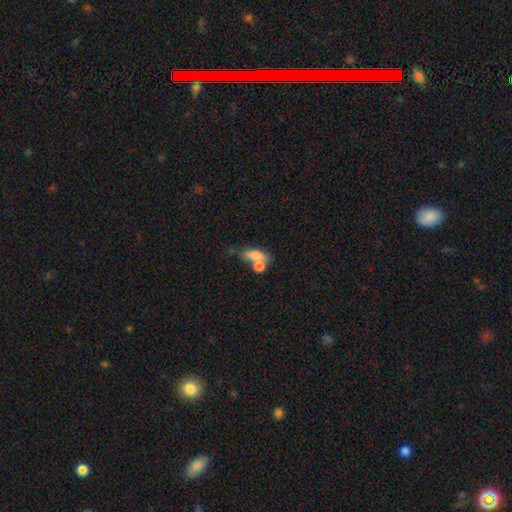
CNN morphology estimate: Smooth or featured: smooth — 70% (featured or disk — 21%)
How rounded: in between — 73% (round — 17%)
Merging: merger — 50% (none — 26%)